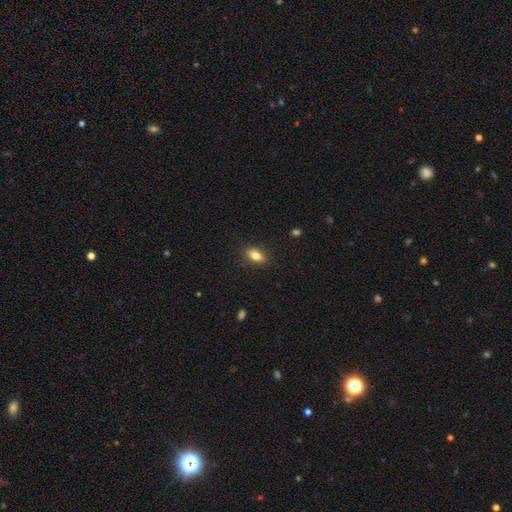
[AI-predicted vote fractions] A smooth galaxy with no disk features (80%) that is in between round and cigar-shaped (84%).

Vote fractions:
- Smooth or featured? smooth: 80% / featured or disk: 12% / star or artifact: 8%
- How rounded? in between: 84% / cigar-shaped: 8% / round: 7%
- Merging? none: 86% / minor disturbance: 11% / major disturbance: 3% / merger: 1%